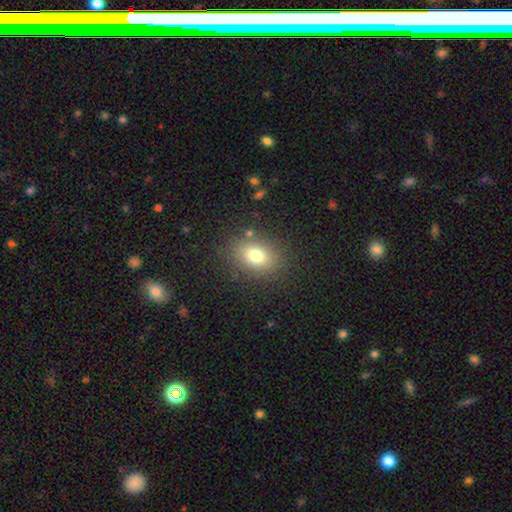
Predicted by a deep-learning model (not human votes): smooth 77%, star or artifact 12%, featured or disk 10%. Down the decision tree: how rounded — in between (70%); merging — none (84%).